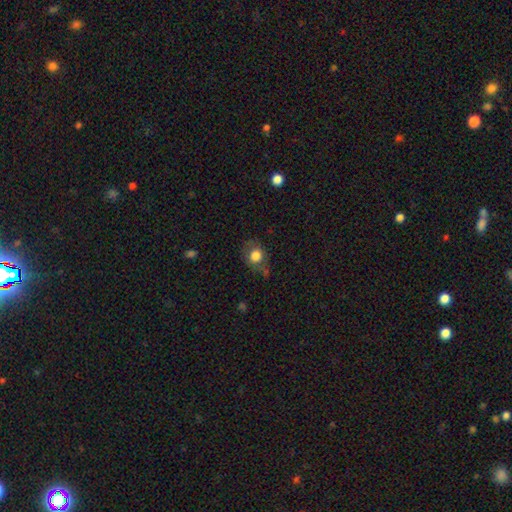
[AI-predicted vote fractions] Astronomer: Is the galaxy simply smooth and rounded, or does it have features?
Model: smooth — 78%.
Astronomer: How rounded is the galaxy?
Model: round — 69%.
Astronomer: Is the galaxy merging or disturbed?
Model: none — 64%.